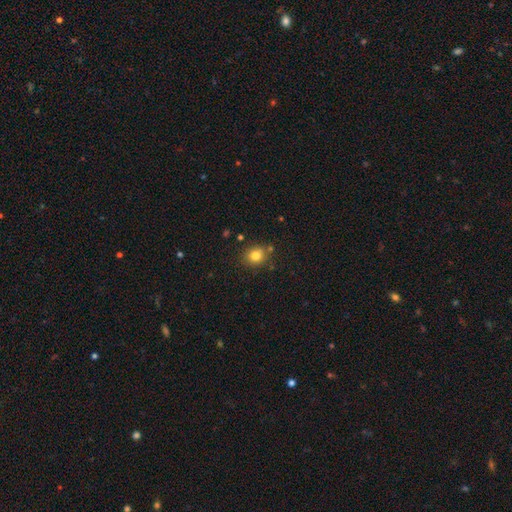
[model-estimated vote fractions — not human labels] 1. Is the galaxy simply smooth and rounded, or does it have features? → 79% smooth, 12% star or artifact, 8% featured or disk.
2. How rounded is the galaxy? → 74% round, 25% in between, 1% cigar-shaped.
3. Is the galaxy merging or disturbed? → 78% none, 12% minor disturbance, 7% merger, 3% major disturbance.